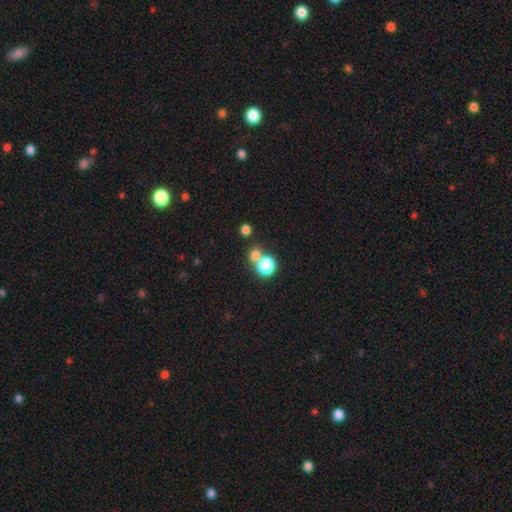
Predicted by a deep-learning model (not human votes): Smooth or featured?
  - smooth: 75% *
  - star or artifact: 17%
  - featured or disk: 8%
How rounded?
  - round: 82% *
  - in between: 17%
  - cigar-shaped: 1%
Merging?
  - none: 53% *
  - merger: 36%
  - minor disturbance: 7%
  - major disturbance: 4%